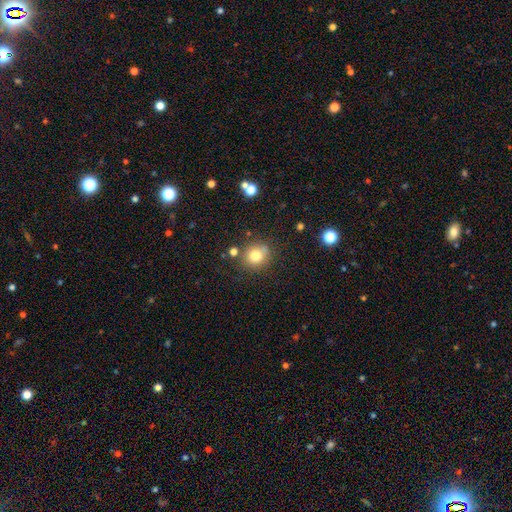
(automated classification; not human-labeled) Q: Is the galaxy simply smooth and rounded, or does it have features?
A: smooth — 77%.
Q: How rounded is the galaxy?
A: round — 85%.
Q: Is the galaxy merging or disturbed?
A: none — 77%.